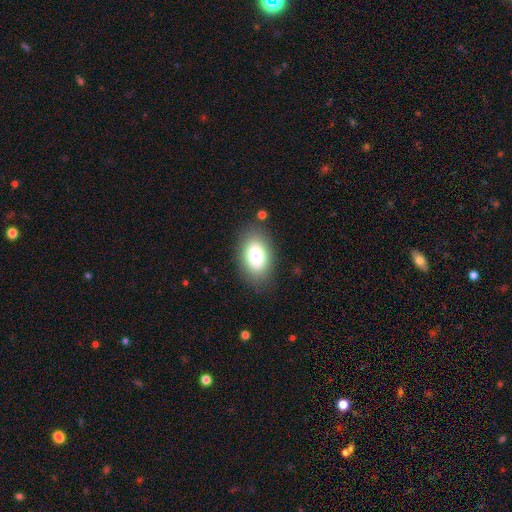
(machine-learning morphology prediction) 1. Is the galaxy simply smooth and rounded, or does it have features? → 77% smooth, 15% featured or disk, 8% star or artifact.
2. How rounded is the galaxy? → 89% in between, 10% round, 1% cigar-shaped.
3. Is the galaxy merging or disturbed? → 83% none, 11% minor disturbance, 4% major disturbance, 2% merger.